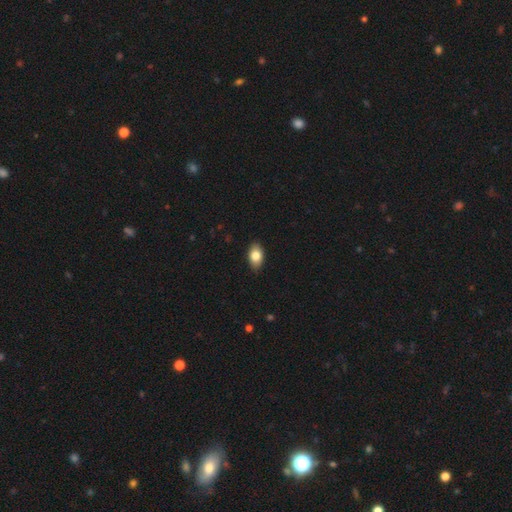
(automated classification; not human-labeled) Smooth or featured? Predicted: smooth (p=0.82). How rounded? Predicted: in between (p=0.90). Merging? Predicted: none (p=0.87).